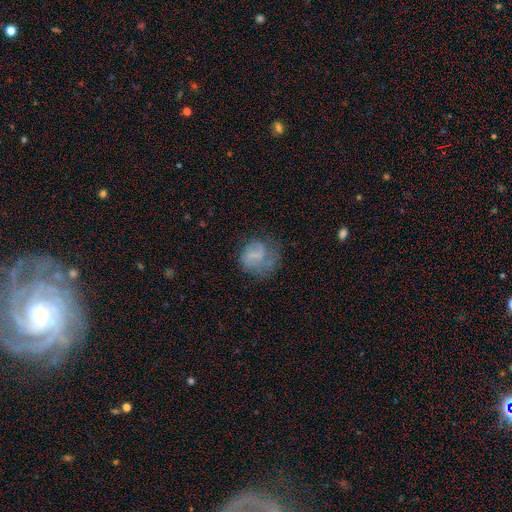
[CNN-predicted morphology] Overall: smooth (54%; featured or disk 36%). How rounded: round (75%). Merging: none (49%; major disturbance 25%).